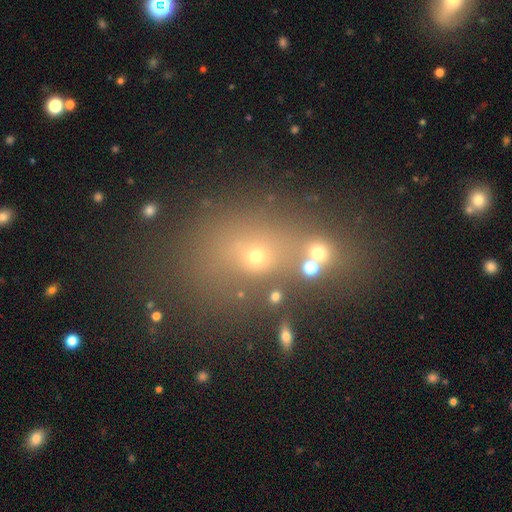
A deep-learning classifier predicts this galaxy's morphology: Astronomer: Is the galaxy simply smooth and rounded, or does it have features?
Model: smooth — 56%.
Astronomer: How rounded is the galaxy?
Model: in between — 52% (runner-up: round, 45%).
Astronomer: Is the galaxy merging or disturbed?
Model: none — 53%.